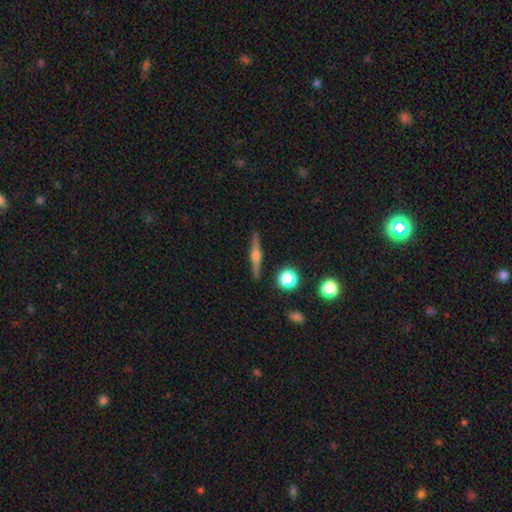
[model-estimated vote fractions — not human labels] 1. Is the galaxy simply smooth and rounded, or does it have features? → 68% featured or disk, 24% smooth, 8% star or artifact.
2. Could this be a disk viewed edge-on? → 97% yes, 3% no.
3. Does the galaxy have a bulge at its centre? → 87% rounded, 9% boxy, 4% none.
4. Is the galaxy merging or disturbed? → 89% none, 8% minor disturbance, 2% major disturbance, 2% merger.